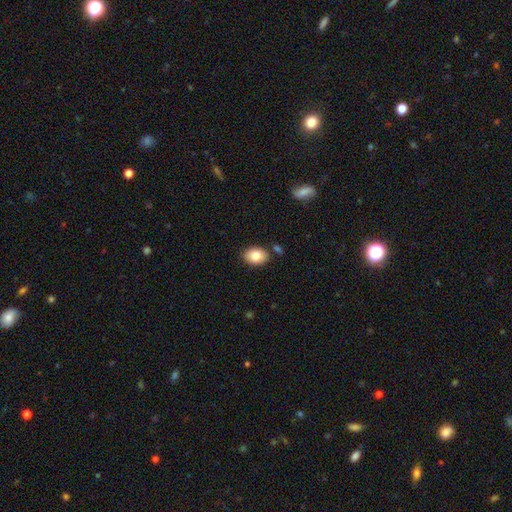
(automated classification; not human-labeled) Morphology: type=smooth (82%); roundness=in between (77%); merging=none (83%).